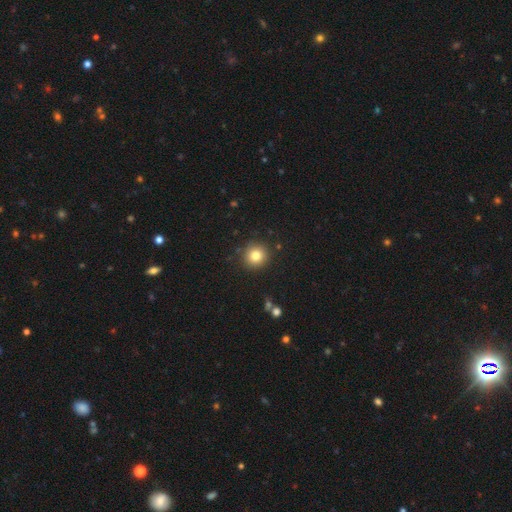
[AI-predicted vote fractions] This appears to be a smooth galaxy with no disk features (80%) that is round (93%). Merging: none (89%).